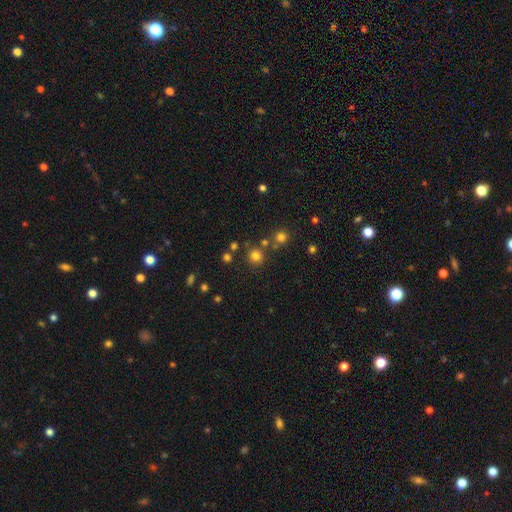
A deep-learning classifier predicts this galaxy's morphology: A smooth galaxy with no disk features (75%) that is round (93%). Merging: none (79%).